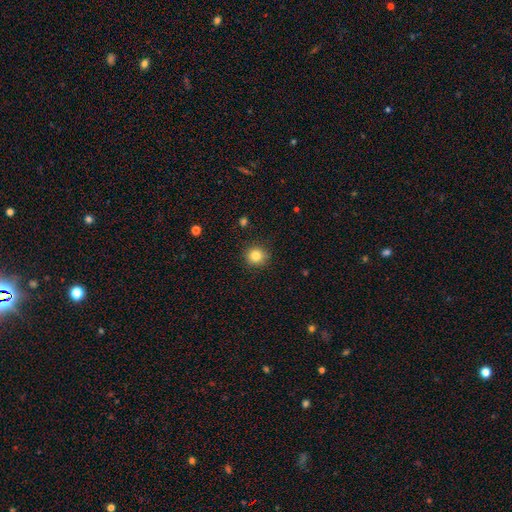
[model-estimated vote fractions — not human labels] Smooth or featured: smooth — 83% (star or artifact — 11%)
How rounded: round — 92% (in between — 7%)
Merging: none — 90% (minor disturbance — 7%)